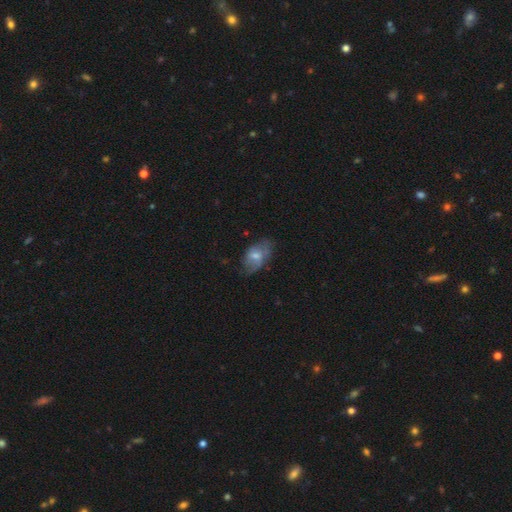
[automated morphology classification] smooth_or_featured: smooth (p=0.46) [alt: featured or disk p=0.44]
merging: none (p=0.59) [alt: minor disturbance p=0.27]